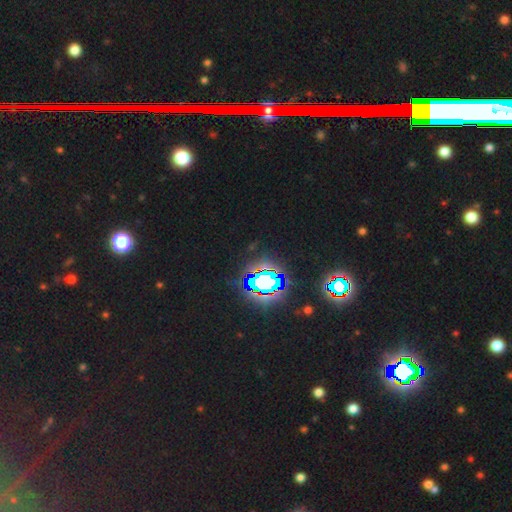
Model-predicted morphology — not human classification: A star or artifact, not a galaxy (81%).

Vote fractions:
- Smooth or featured? star or artifact: 81% / smooth: 11% / featured or disk: 8%